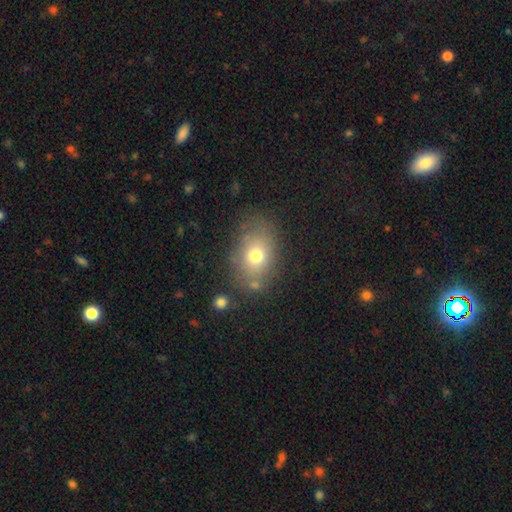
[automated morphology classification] A smooth galaxy with no disk features (71%) that is in between round and cigar-shaped (69%).

Vote fractions:
- Smooth or featured? smooth: 71% / featured or disk: 17% / star or artifact: 12%
- How rounded? in between: 69% / round: 30% / cigar-shaped: 1%
- Merging? none: 72% / minor disturbance: 17% / major disturbance: 7% / merger: 5%